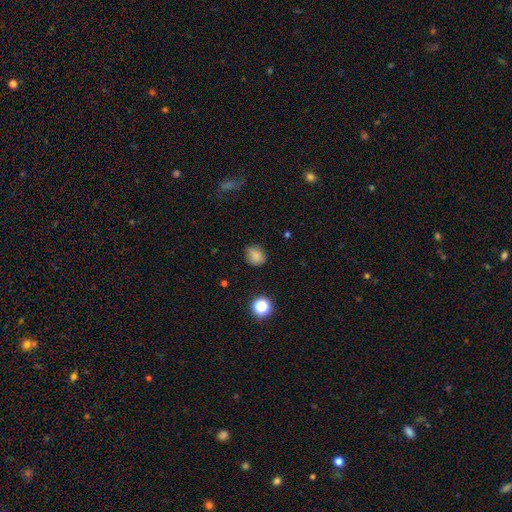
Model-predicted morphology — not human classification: Smooth or featured? Predicted: smooth (p=0.83). How rounded? Predicted: round (p=0.67). Merging? Predicted: none (p=0.79).